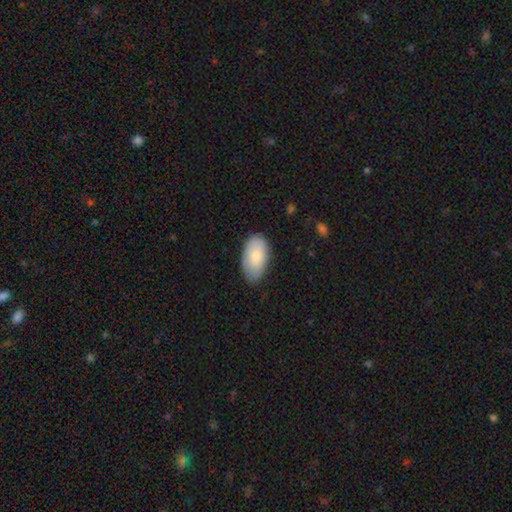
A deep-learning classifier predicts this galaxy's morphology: A smooth galaxy with no disk features (81%) that is in between round and cigar-shaped (95%). Merging: none (77%).